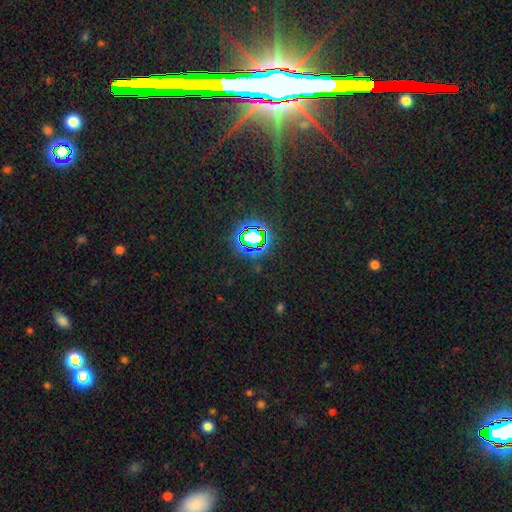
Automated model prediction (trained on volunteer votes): star or artifact 78%, featured or disk 11%, smooth 11%.